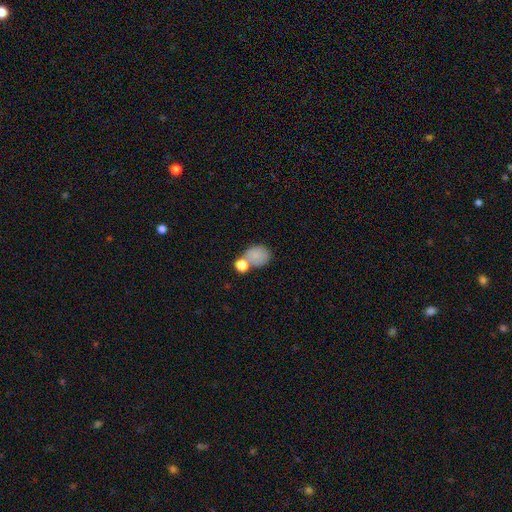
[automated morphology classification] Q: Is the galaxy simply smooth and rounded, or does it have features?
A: smooth — 81%.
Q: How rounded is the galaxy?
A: in between — 53%.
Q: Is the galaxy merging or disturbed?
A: none — 48%.